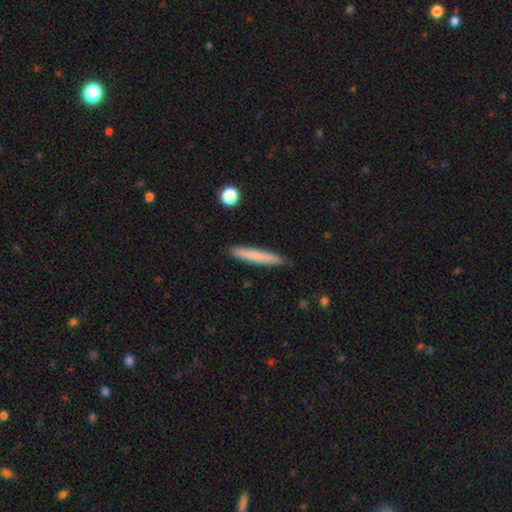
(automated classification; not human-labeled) Smooth or featured: smooth — 77% (featured or disk — 17%)
How rounded: cigar-shaped — 95% (in between — 4%)
Merging: none — 89% (minor disturbance — 9%)